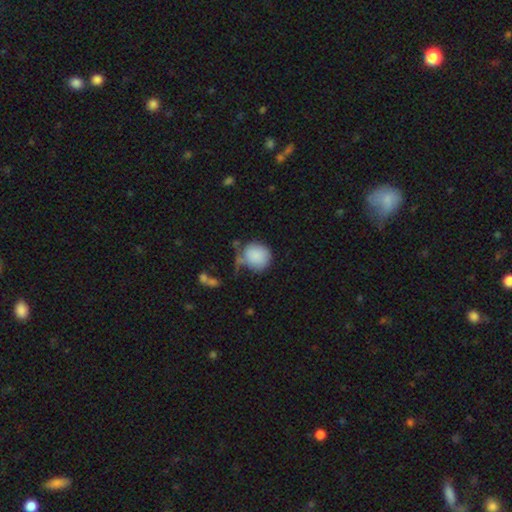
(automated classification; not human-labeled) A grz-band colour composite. It shows a smooth galaxy with no disk features (86%) that is round (82%). Merging: none (50%).